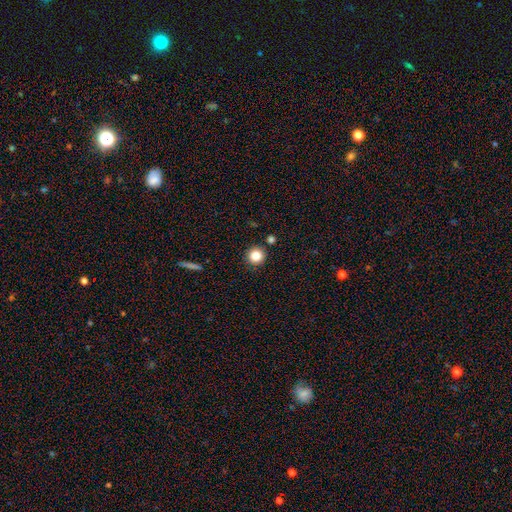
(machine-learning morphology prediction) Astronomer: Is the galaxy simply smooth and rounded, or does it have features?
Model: smooth — 84%.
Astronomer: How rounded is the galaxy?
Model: round — 94%.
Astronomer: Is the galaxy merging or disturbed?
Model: none — 89%.